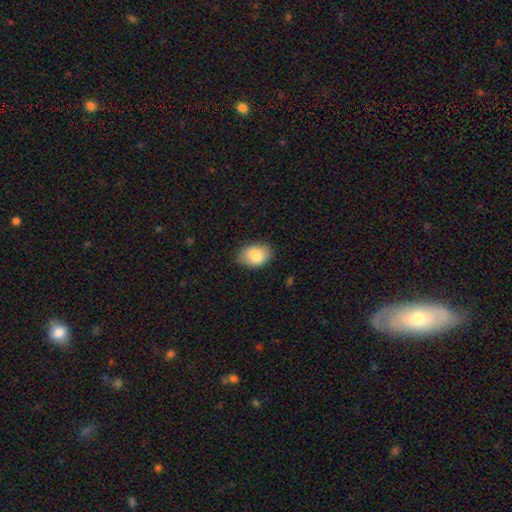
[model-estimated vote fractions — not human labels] Overall: smooth (83%). How rounded: in between (84%). Merging: none (71%).